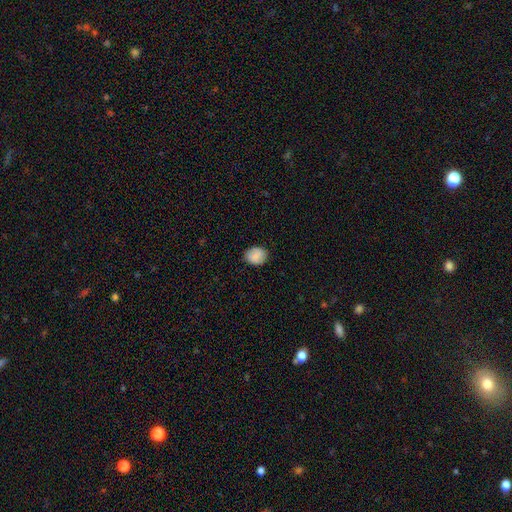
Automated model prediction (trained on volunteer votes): Morphology: type=smooth (83%); roundness=round (57%); merging=none (84%).